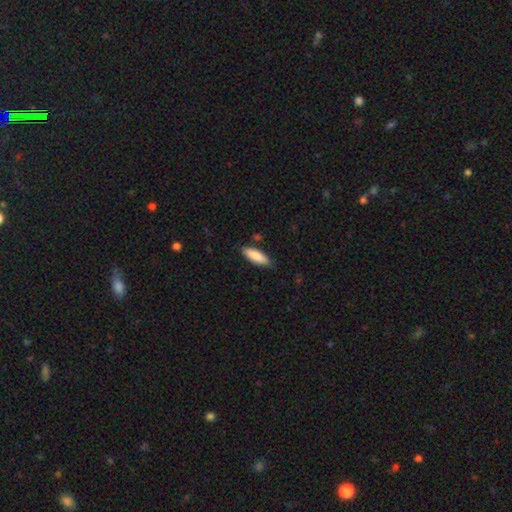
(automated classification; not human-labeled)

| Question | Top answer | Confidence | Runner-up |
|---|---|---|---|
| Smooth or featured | smooth | 85% | featured or disk (9%) |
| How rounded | in between | 54% | cigar-shaped (44%) |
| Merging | none | 82% | minor disturbance (13%) |